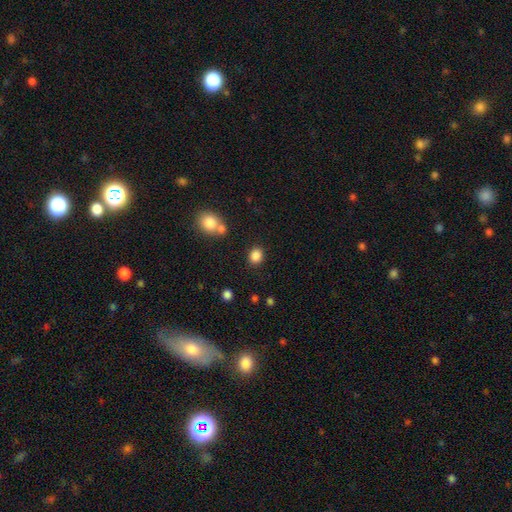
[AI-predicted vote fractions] Smooth or featured?
  - smooth: 86% *
  - star or artifact: 10%
  - featured or disk: 4%
How rounded?
  - round: 65% *
  - in between: 34%
  - cigar-shaped: 1%
Merging?
  - none: 83% *
  - minor disturbance: 9%
  - merger: 5%
  - major disturbance: 3%